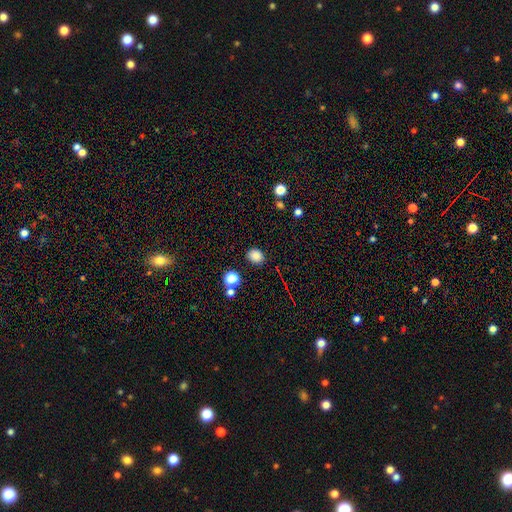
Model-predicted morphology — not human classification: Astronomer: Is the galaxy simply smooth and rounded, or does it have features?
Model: smooth — 83%.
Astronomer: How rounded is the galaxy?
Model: round — 58% (runner-up: in between, 41%).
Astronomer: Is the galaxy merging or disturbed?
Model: none — 86%.